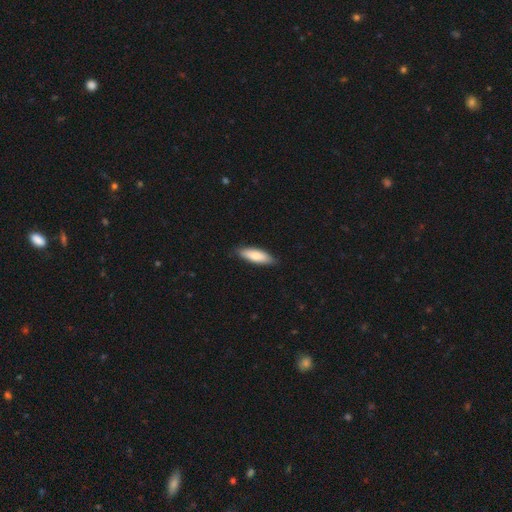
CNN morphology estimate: This is likely a smooth galaxy (79%). How rounded: possibly in between (55%). Merging: clearly none (86%).